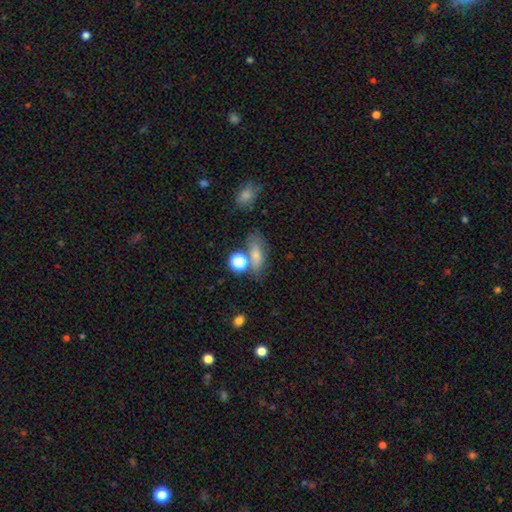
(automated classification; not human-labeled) Smooth or featured? smooth (71%)
How rounded? in between (69%)
Merging? none (56%)